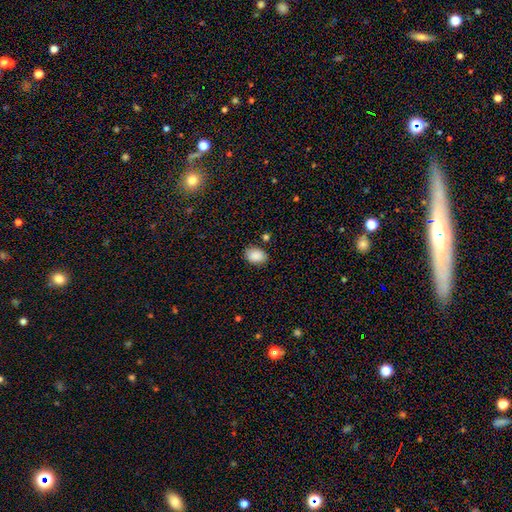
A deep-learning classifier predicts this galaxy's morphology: A smooth galaxy with no disk features (89%) that is in between round and cigar-shaped (80%).

Vote fractions:
- Smooth or featured? smooth: 89% / star or artifact: 7% / featured or disk: 4%
- How rounded? in between: 80% / round: 19% / cigar-shaped: 1%
- Merging? none: 83% / minor disturbance: 11% / merger: 3% / major disturbance: 3%